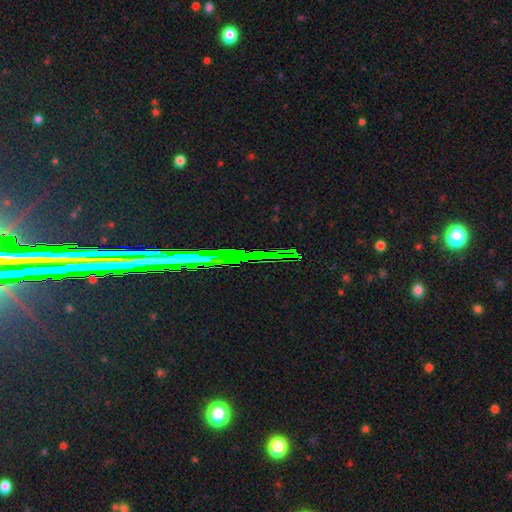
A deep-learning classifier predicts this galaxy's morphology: The model was most divided on "smooth or featured": star or artifact: 75%, featured or disk: 13%, smooth: 12%.